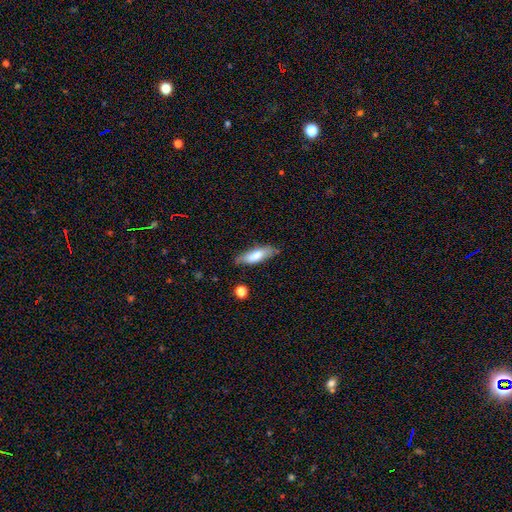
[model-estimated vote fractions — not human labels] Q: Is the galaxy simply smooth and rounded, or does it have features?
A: smooth — 74%.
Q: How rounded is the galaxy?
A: cigar-shaped — 50%.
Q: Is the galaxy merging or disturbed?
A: none — 73%.